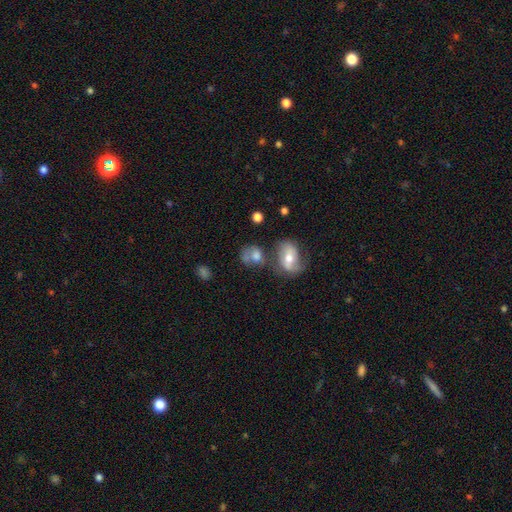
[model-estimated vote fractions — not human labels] This is likely a smooth galaxy (62%). How rounded: possibly in between (50%). Merging: marginally none (36%).